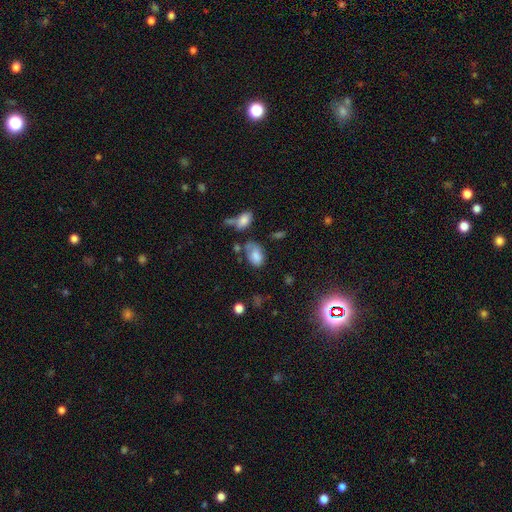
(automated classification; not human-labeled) smooth-or-featured: smooth: 78% | featured or disk: 12% | star or artifact: 10%
  how-rounded: in between: 87% | round: 11% | cigar-shaped: 1%
  merging: none: 40% | minor disturbance: 30% | major disturbance: 16% | merger: 14%